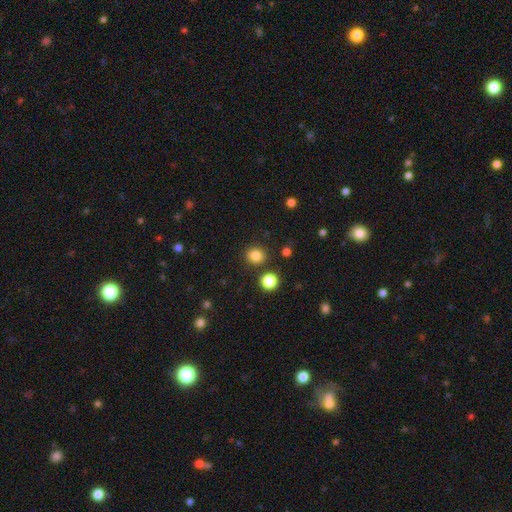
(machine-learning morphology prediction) Overall: smooth (83%). How rounded: round (86%). Merging: none (86%).